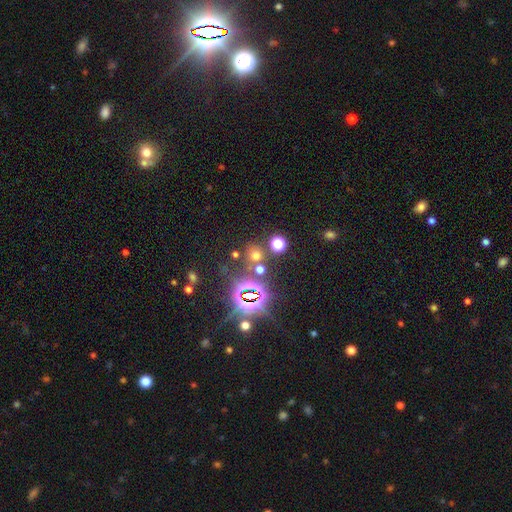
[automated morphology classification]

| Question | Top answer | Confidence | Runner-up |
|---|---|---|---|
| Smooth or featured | smooth | 48% | star or artifact (43%) |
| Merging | none | 74% | merger (13%) |